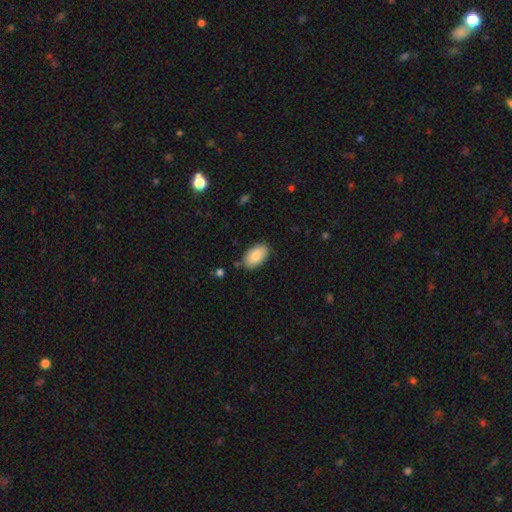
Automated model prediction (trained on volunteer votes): This appears to be a smooth galaxy with no disk features (86%) that is in between round and cigar-shaped (95%). Merging: none (84%).